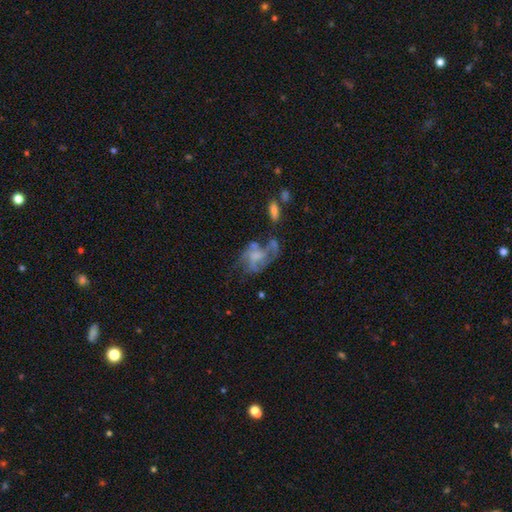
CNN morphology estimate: Q: Smooth or featured?
A: featured or disk (63%); runner-up: smooth (26%)
Q: Edge-on disk?
A: no (97%); runner-up: yes (3%)
Q: Bar?
A: no (70%); runner-up: weak (25%)
Q: Spiral arms?
A: yes (61%); runner-up: no (39%)
Q: Bulge size?
A: none (46%); runner-up: moderate (24%)
Q: Merging?
A: major disturbance (37%); runner-up: none (32%)